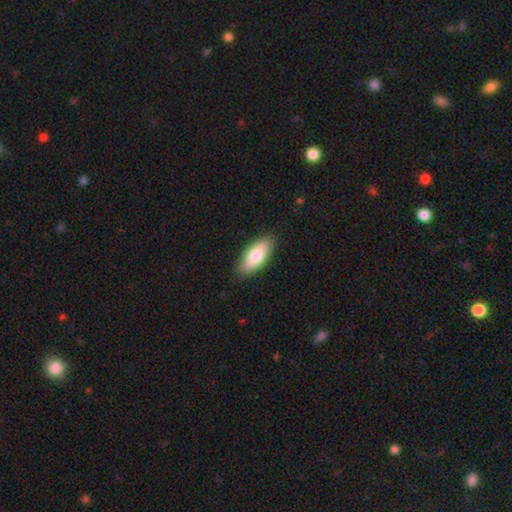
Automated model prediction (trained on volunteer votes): The model was most divided on "how rounded": in between: 79%, cigar-shaped: 19%, round: 2%. More confident: merging — none (86%); smooth or featured — smooth (78%).